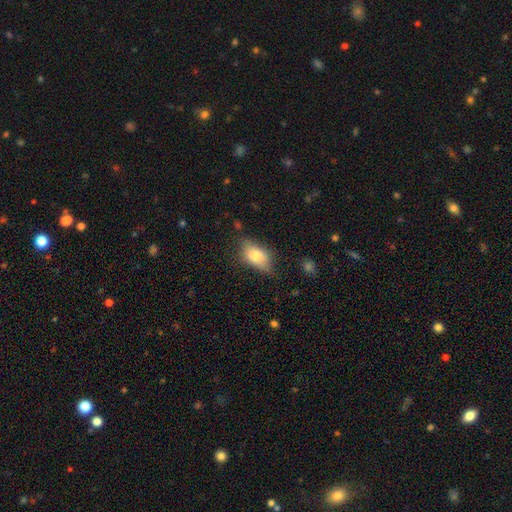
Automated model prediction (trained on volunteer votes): Smooth or featured? Predicted: smooth (p=0.77). How rounded? Predicted: in between (p=0.88). Merging? Predicted: none (p=0.58).